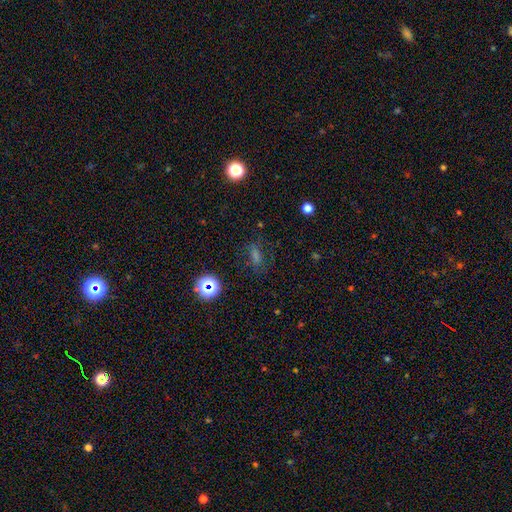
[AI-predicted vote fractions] This appears to be a smooth galaxy with no disk features (45%). Merging: none (71%).